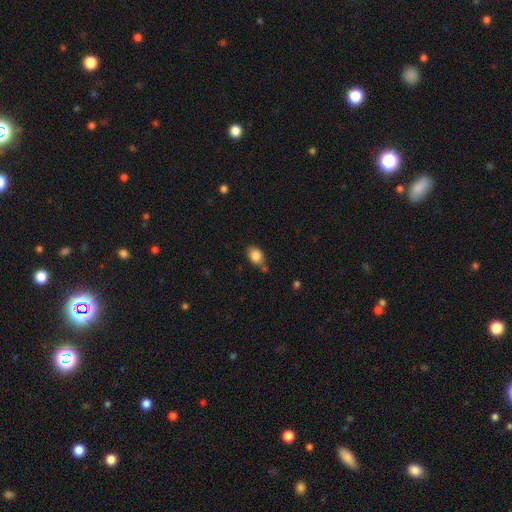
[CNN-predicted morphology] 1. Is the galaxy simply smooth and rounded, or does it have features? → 85% smooth, 9% star or artifact, 6% featured or disk.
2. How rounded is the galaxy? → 68% in between, 30% round, 1% cigar-shaped.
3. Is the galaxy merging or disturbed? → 63% none, 22% minor disturbance, 10% merger, 5% major disturbance.